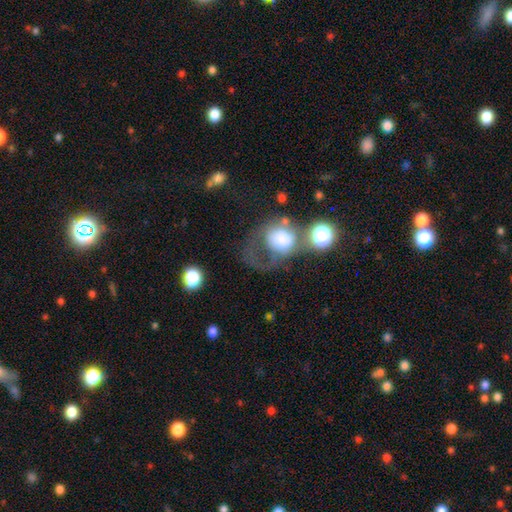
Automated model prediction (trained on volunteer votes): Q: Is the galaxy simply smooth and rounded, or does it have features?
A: smooth — 44%.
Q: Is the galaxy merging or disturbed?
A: major disturbance — 37%.